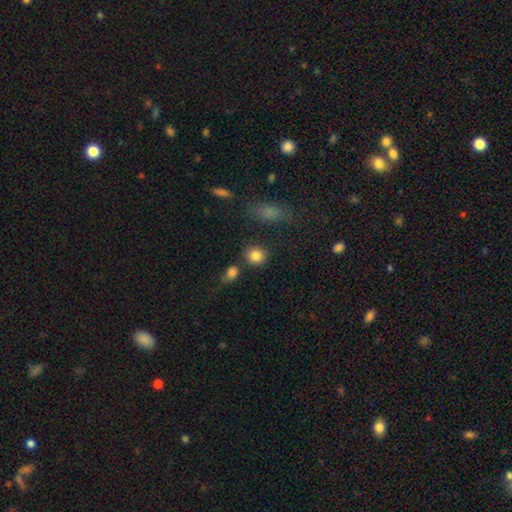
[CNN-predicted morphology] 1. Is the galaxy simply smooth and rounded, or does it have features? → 84% smooth, 10% star or artifact, 6% featured or disk.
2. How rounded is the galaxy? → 85% round, 13% in between, 1% cigar-shaped.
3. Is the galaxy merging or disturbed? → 74% none, 11% merger, 10% minor disturbance, 4% major disturbance.